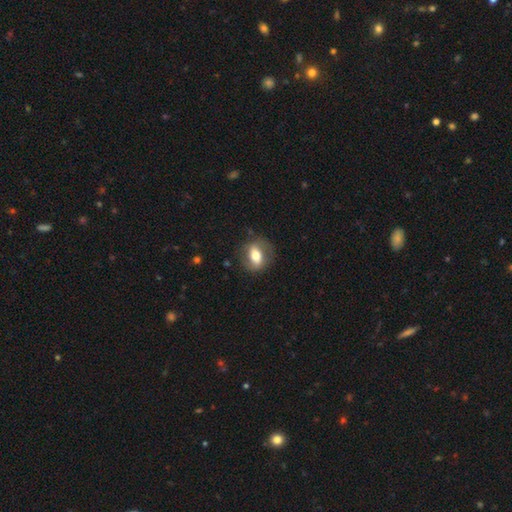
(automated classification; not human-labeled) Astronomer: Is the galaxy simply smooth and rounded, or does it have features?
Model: smooth — 52% (runner-up: featured or disk, 41%).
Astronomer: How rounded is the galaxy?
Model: in between — 68%.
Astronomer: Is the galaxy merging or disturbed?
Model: none — 75%.